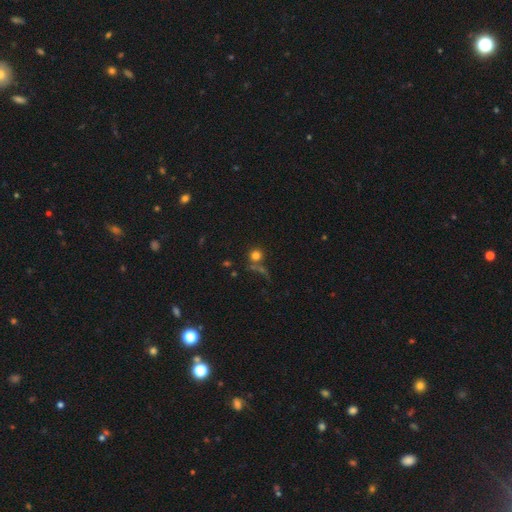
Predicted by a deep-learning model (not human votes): Q: Smooth or featured?
A: smooth (74%); runner-up: star or artifact (17%)
Q: How rounded?
A: round (91%); runner-up: in between (8%)
Q: Merging?
A: none (62%); runner-up: merger (22%)